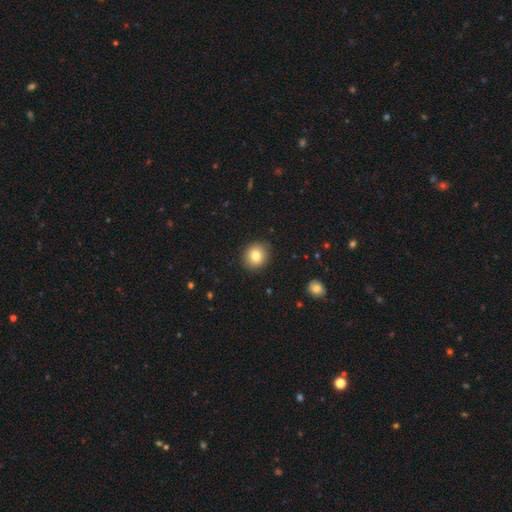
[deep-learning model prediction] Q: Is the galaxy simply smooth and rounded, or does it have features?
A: smooth — 80%.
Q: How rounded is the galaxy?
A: round — 83%.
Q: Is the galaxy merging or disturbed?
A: none — 90%.